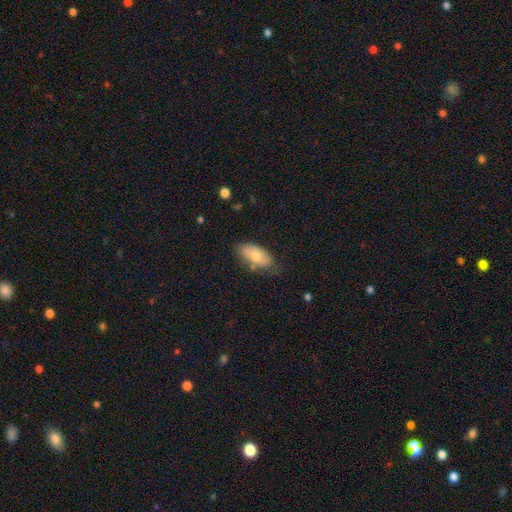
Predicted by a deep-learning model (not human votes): A smooth galaxy with no disk features (75%) that is in between round and cigar-shaped (91%).

Vote fractions:
- Smooth or featured? smooth: 75% / featured or disk: 19% / star or artifact: 7%
- How rounded? in between: 91% / cigar-shaped: 6% / round: 3%
- Merging? none: 65% / minor disturbance: 25% / major disturbance: 6% / merger: 4%